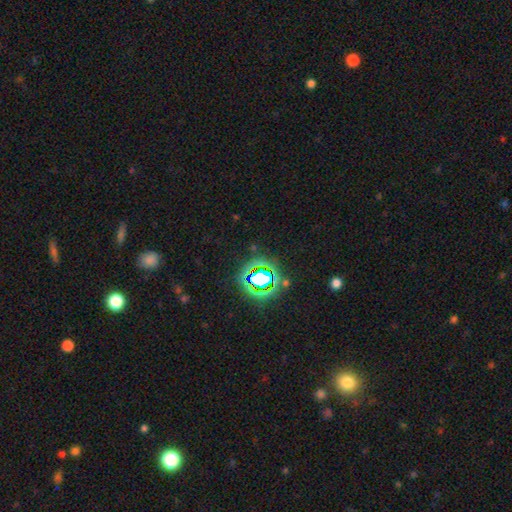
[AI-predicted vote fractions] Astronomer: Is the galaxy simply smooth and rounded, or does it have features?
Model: star or artifact — 79%.